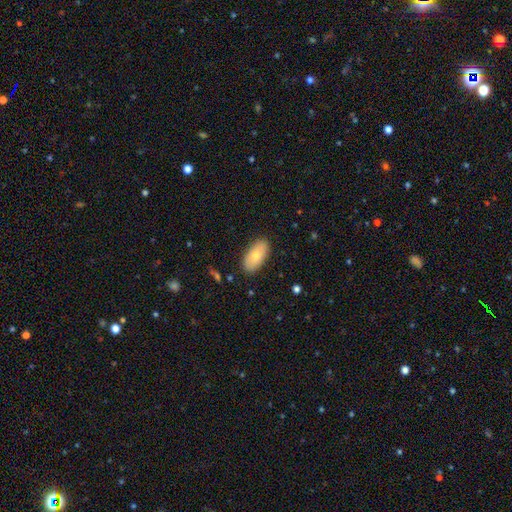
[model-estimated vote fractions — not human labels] smooth 72%, featured or disk 21%, star or artifact 6%. Down the decision tree: how rounded — in between (93%); merging — none (86%).